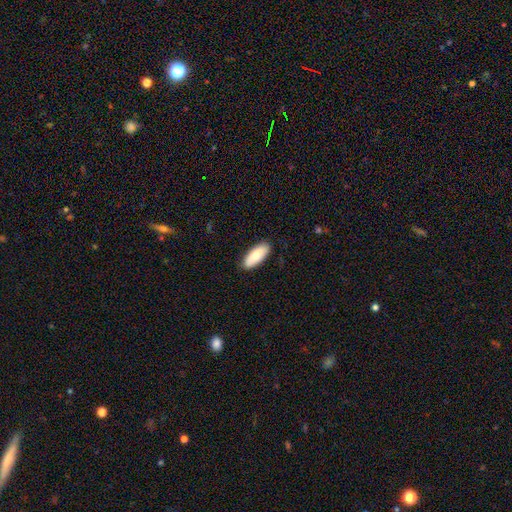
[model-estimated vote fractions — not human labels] Smooth or featured? smooth (82%)
How rounded? in between (81%)
Merging? none (88%)